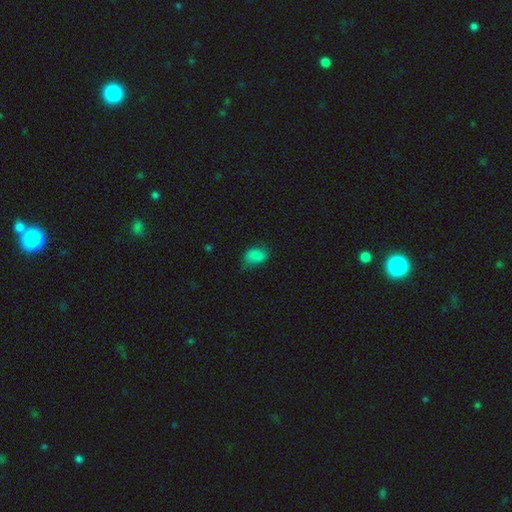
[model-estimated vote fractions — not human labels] Smooth or featured? smooth (80%)
How rounded? in between (85%)
Merging? none (56%)